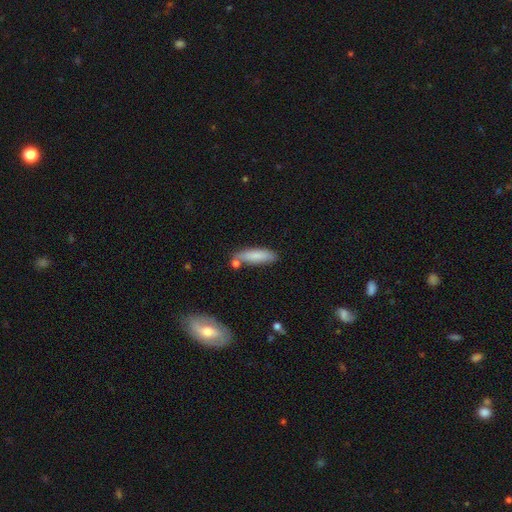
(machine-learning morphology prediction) This appears to be a smooth galaxy with no disk features (80%) that is cigar-shaped (59%). Merging: none (69%).